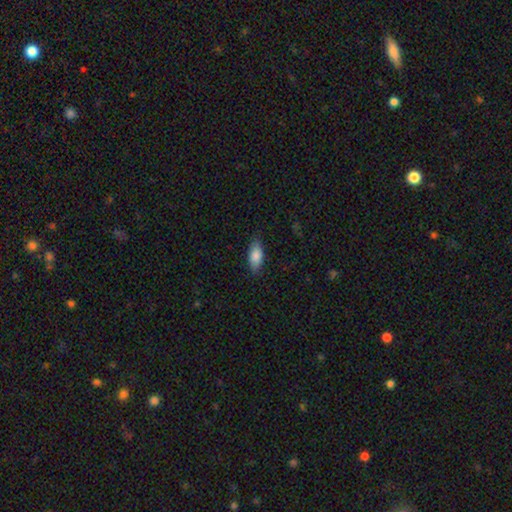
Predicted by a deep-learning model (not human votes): Morphology: type=smooth (85%); roundness=in between (85%); merging=none (84%).